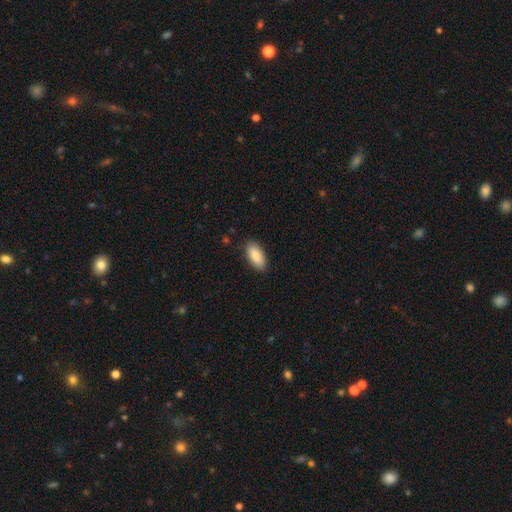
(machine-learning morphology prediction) Q: Smooth or featured?
A: smooth (84%); runner-up: featured or disk (10%)
Q: How rounded?
A: in between (87%); runner-up: cigar-shaped (11%)
Q: Merging?
A: none (87%); runner-up: minor disturbance (9%)